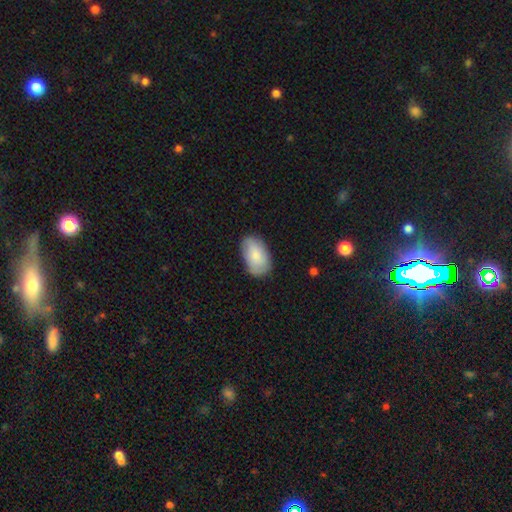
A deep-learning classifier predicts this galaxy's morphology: Smooth or featured? smooth (80%)
How rounded? in between (94%)
Merging? none (78%)